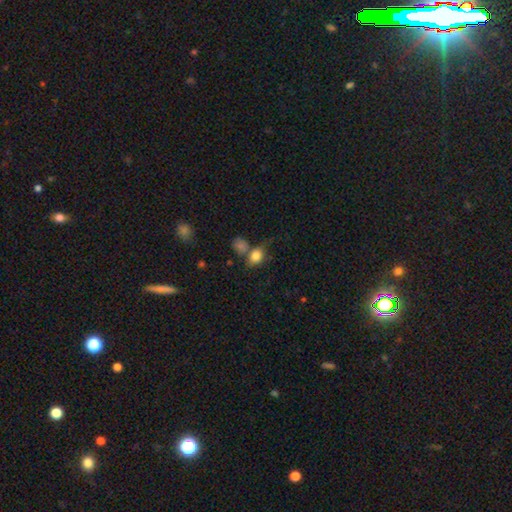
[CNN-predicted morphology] The model was most divided on "how rounded": in between: 56%, round: 42%, cigar-shaped: 2%. Remaining: smooth or featured — smooth (81%); merging — none (47%).